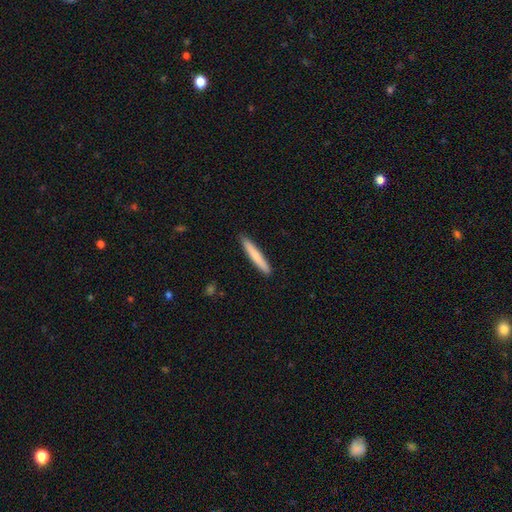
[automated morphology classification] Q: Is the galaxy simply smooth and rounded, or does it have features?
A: smooth — 74%.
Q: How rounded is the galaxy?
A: cigar-shaped — 95%.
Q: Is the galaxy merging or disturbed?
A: none — 91%.